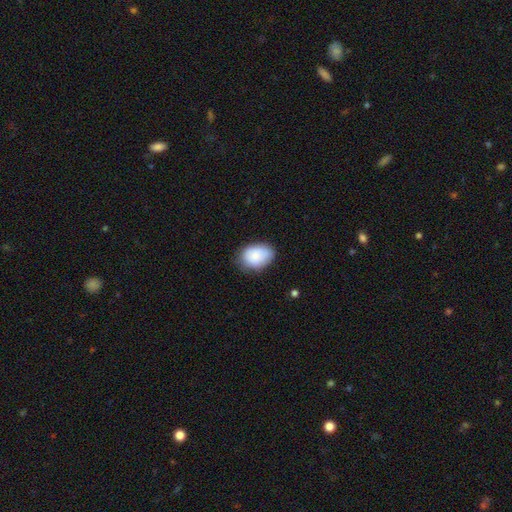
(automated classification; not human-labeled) Smooth or featured? Predicted: smooth (p=0.84). How rounded? Predicted: in between (p=0.77). Merging? Predicted: none (p=0.73).